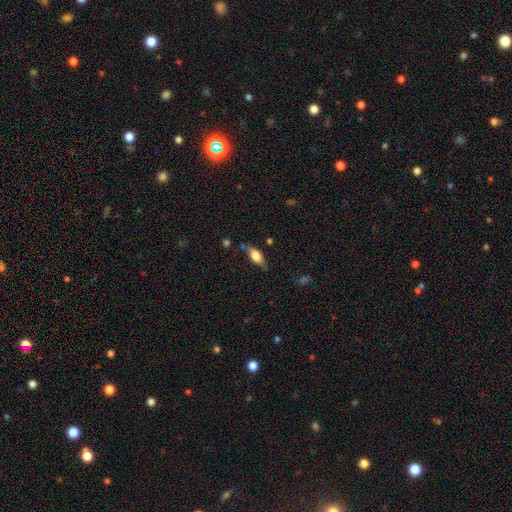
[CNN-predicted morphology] smooth-or-featured: smooth: 68% | featured or disk: 25% | star or artifact: 7%
  how-rounded: in between: 77% | cigar-shaped: 19% | round: 4%
  merging: none: 65% | minor disturbance: 23% | major disturbance: 7% | merger: 5%